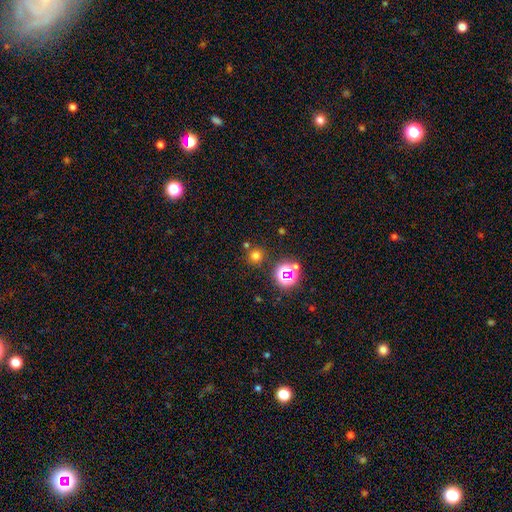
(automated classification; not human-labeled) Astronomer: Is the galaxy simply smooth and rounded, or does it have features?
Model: smooth — 67%.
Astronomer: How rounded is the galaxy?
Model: round — 91%.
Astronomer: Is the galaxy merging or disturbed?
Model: none — 79%.